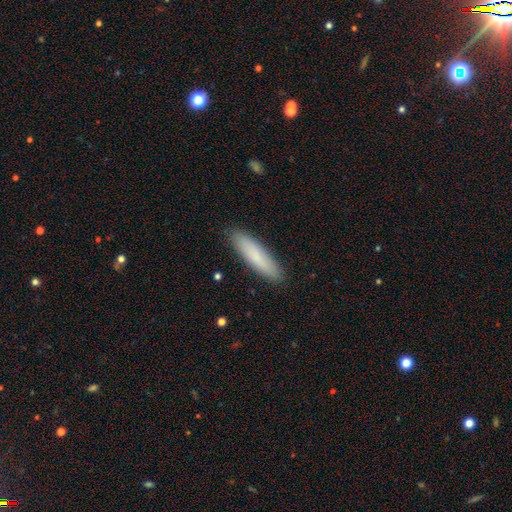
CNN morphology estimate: Smooth or featured: smooth — 81% (featured or disk — 13%)
How rounded: cigar-shaped — 77% (in between — 22%)
Merging: none — 89% (minor disturbance — 8%)